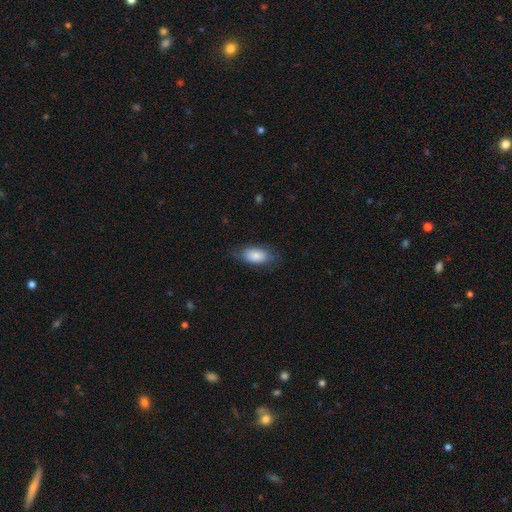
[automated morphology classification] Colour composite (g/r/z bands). It shows a smooth galaxy with no disk features (83%) that is in between round and cigar-shaped (91%). Merging: none (75%).